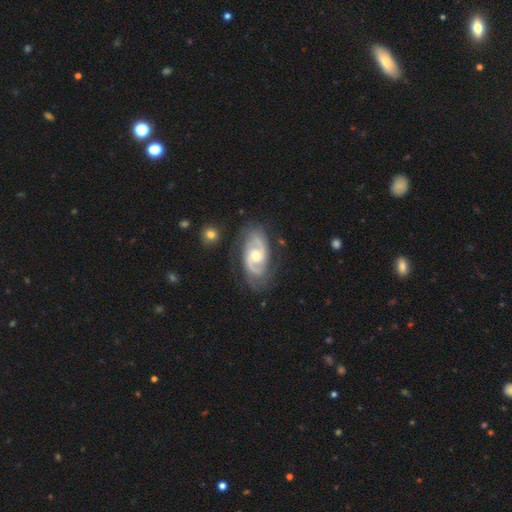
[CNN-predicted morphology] This is clearly a featured or disk galaxy (89%). It is clearly not viewed edge-on (96%). Bar: possibly no (56%). Spiral arm pattern: clearly yes (96%). Spiral arm count: clearly 2 (88%). Spiral winding: possibly medium (45%). Central bulge: likely moderate (71%). Merging: likely none (78%).